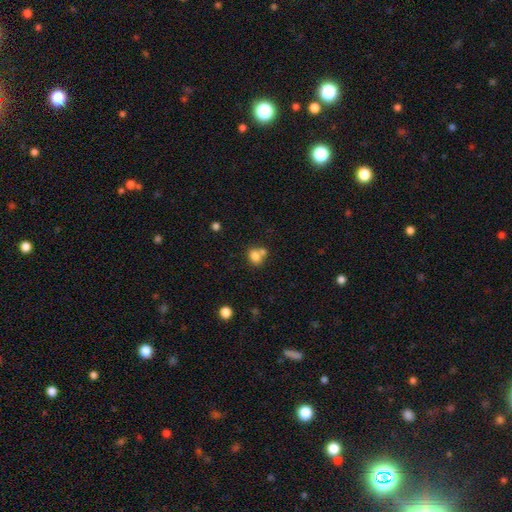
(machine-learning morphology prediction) type=smooth (79%); roundness=round (65%); merging=none (47%).